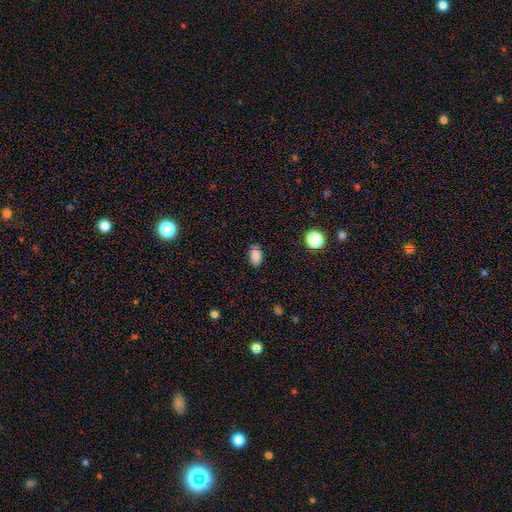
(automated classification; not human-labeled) The model was most divided on "merging": none: 84%, minor disturbance: 12%, major disturbance: 3%, merger: 1%. More confident: how rounded — in between (90%); smooth or featured — smooth (85%).